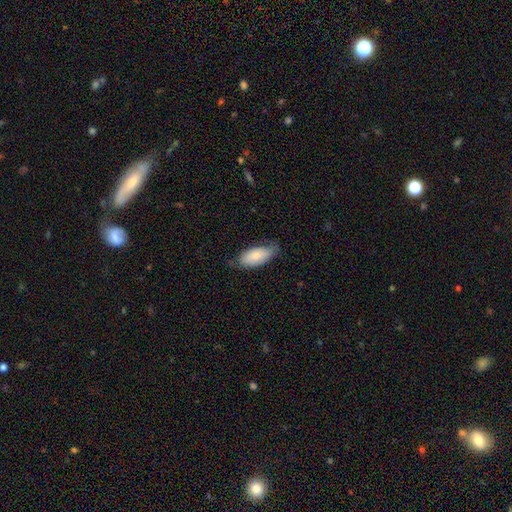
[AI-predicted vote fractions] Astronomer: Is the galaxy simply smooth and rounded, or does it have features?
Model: smooth — 78%.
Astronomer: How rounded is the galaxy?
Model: in between — 90%.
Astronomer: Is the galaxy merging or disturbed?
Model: none — 58% (runner-up: minor disturbance, 33%).